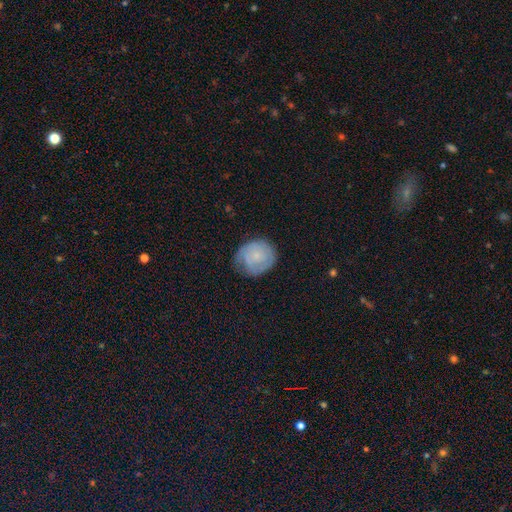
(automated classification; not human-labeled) Overall: smooth (49%; featured or disk 44%). Merging: none (63%; minor disturbance 27%).